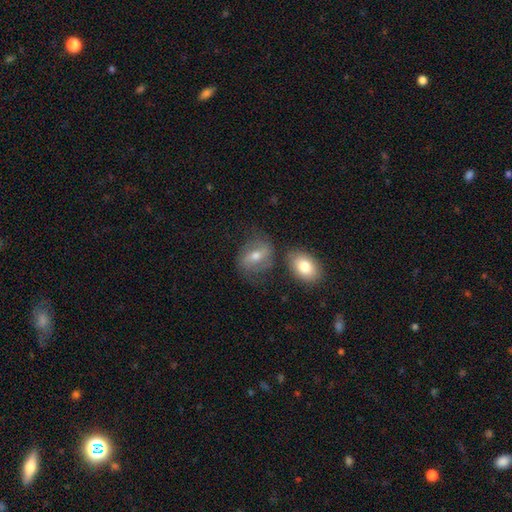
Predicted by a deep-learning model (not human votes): A featured or disk galaxy (49%). Merging: none (63%).